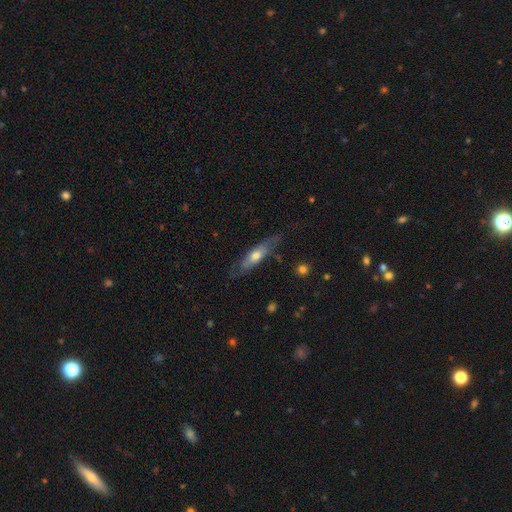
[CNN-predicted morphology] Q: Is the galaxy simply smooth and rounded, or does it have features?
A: smooth — 49%.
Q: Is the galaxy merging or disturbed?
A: none — 68%.